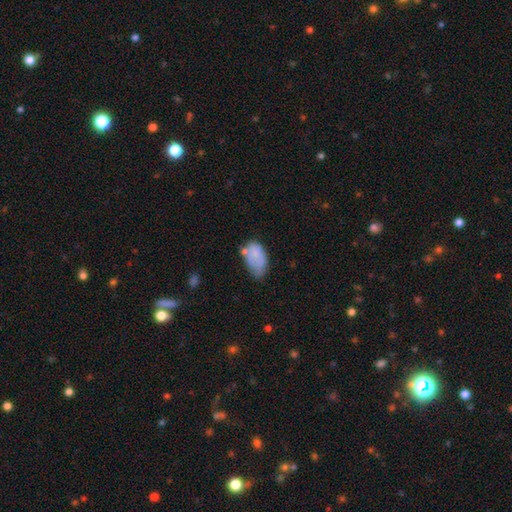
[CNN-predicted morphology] This is likely a smooth galaxy (71%). How rounded: clearly in between (92%). Merging: marginally none (37%).